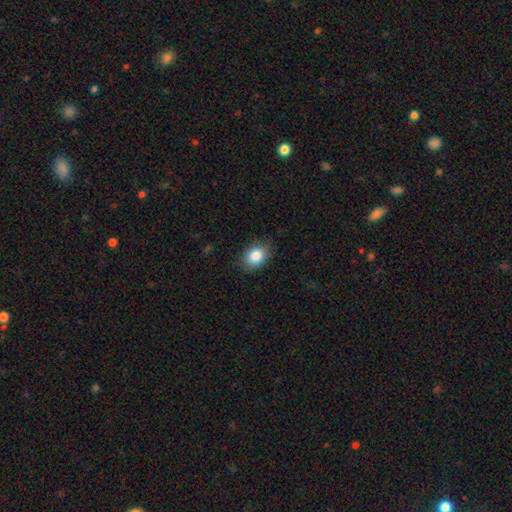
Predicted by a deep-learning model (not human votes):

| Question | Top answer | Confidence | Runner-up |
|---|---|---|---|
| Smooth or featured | smooth | 85% | star or artifact (9%) |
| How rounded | in between | 62% | round (36%) |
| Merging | none | 82% | minor disturbance (14%) |